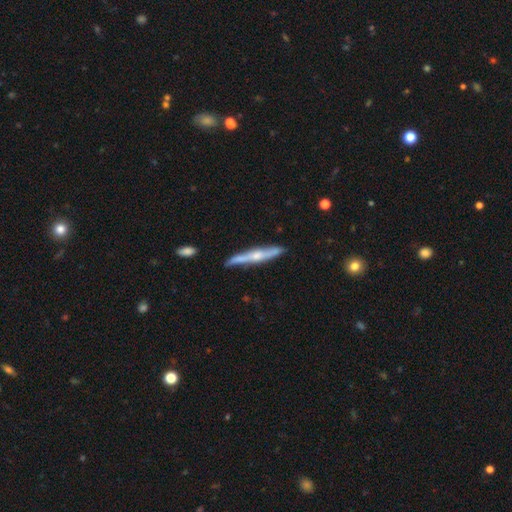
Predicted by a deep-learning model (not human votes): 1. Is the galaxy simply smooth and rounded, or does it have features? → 67% featured or disk, 27% smooth, 6% star or artifact.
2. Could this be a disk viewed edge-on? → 95% yes, 5% no.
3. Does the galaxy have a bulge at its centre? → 81% rounded, 13% none, 6% boxy.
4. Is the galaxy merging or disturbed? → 85% none, 11% minor disturbance, 2% major disturbance, 2% merger.